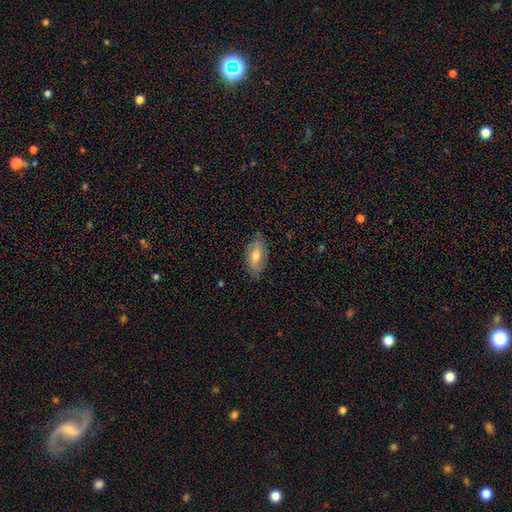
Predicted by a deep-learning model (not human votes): This appears to be a smooth galaxy with no disk features (67%) that is in between round and cigar-shaped (90%). Merging: none (81%).